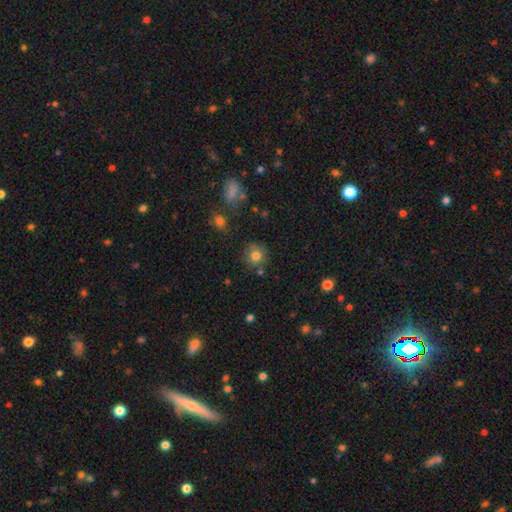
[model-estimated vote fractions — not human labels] smooth_or_featured: smooth (p=0.78) [alt: star or artifact p=0.12]
how_rounded: round (p=0.90) [alt: in between p=0.09]
merging: none (p=0.76) [alt: minor disturbance p=0.14]